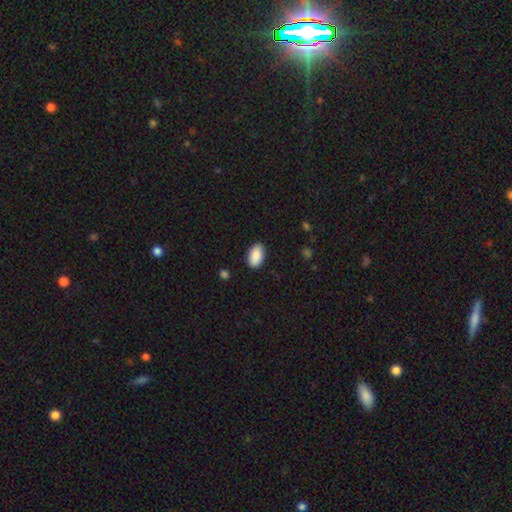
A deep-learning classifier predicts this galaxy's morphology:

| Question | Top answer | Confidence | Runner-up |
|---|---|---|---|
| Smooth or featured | smooth | 90% | star or artifact (7%) |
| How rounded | in between | 94% | round (5%) |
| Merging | none | 87% | minor disturbance (9%) |